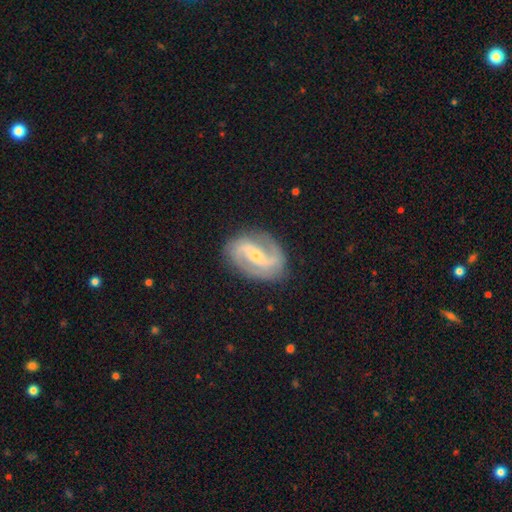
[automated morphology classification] A featured or disk galaxy (87%) with a strong bar (41%), 2 (89%) medium (47%) spiral arms (96%) and a small central bulge (63%). Merging: none (82%).